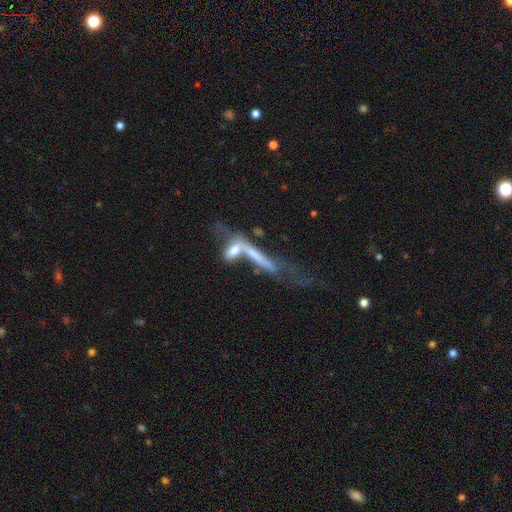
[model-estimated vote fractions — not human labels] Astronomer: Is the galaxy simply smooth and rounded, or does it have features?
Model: featured or disk — 48% (runner-up: smooth, 42%).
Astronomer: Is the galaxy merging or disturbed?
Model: merger — 56%.